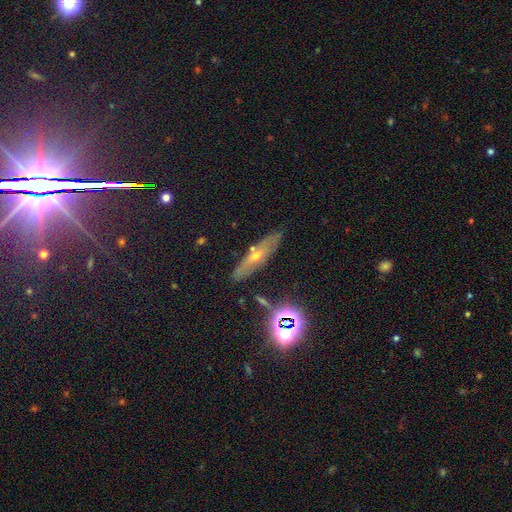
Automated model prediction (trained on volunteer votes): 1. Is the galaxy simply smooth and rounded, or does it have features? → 46% featured or disk, 30% smooth, 25% star or artifact.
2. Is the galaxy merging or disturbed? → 84% none, 11% minor disturbance, 3% major disturbance, 2% merger.